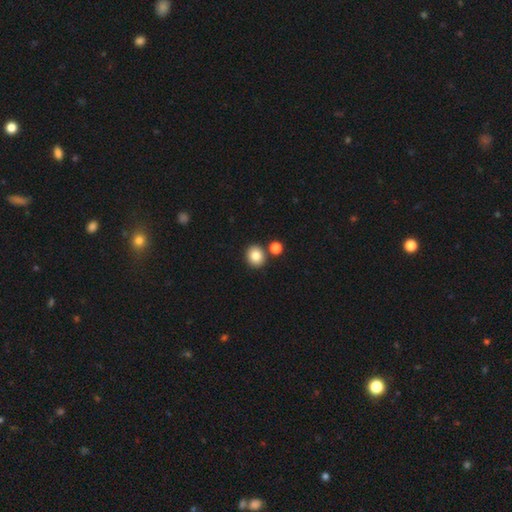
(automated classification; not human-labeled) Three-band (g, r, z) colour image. It shows a smooth galaxy with no disk features (83%) that is round (76%). Merging: none (79%).